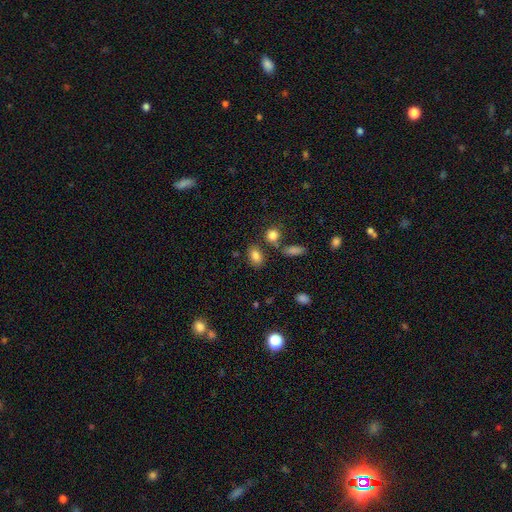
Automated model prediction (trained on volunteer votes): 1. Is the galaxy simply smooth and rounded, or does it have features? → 82% smooth, 10% star or artifact, 7% featured or disk.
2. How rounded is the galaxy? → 79% in between, 19% round, 2% cigar-shaped.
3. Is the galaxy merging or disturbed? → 74% none, 12% minor disturbance, 10% merger, 4% major disturbance.